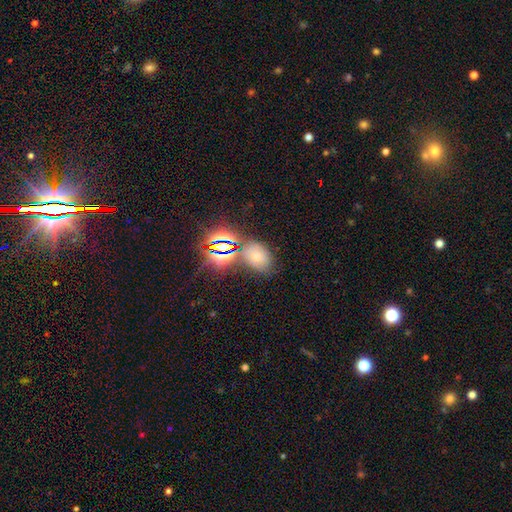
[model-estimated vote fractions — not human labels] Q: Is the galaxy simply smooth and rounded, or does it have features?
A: smooth — 47%.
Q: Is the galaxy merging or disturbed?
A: none — 65%.